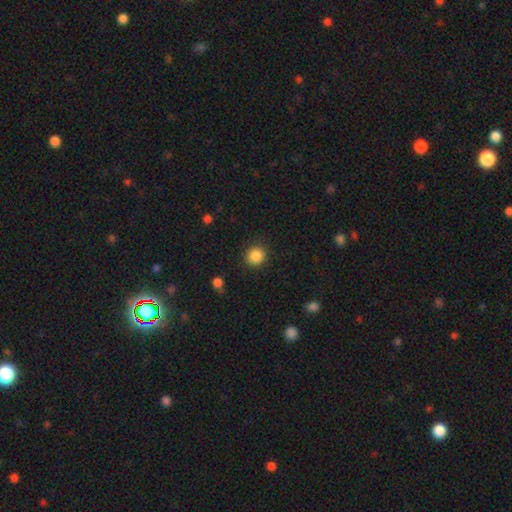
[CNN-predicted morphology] smooth_or_featured: smooth (p=0.86) [alt: star or artifact p=0.10]
how_rounded: round (p=0.89) [alt: in between p=0.10]
merging: none (p=0.90) [alt: minor disturbance p=0.07]